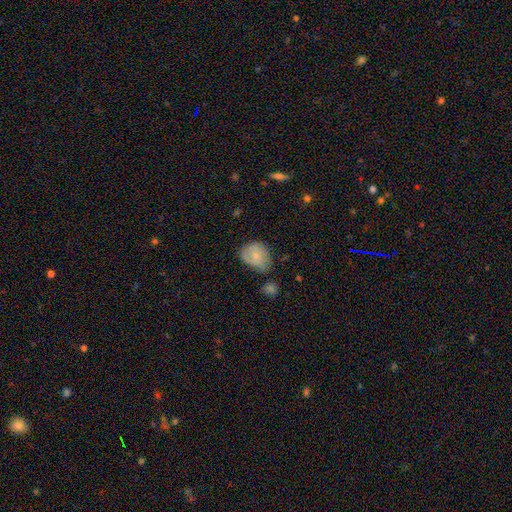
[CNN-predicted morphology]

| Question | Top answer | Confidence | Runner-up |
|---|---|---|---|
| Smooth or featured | smooth | 66% | featured or disk (27%) |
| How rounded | in between | 50% | round (49%) |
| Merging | none | 43% | minor disturbance (36%) |